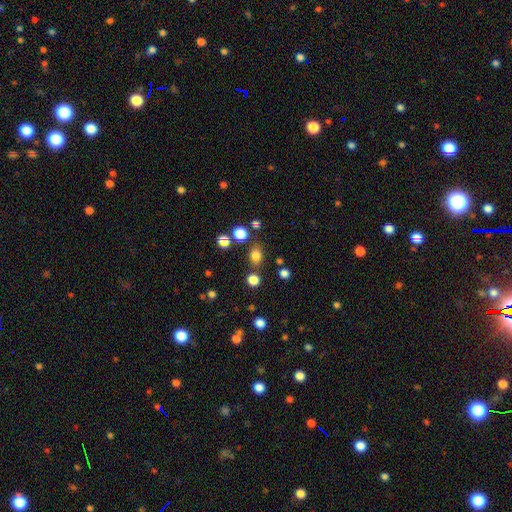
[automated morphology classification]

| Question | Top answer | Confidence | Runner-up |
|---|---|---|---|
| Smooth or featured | smooth | 77% | star or artifact (16%) |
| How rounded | round | 64% | in between (35%) |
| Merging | none | 75% | minor disturbance (12%) |